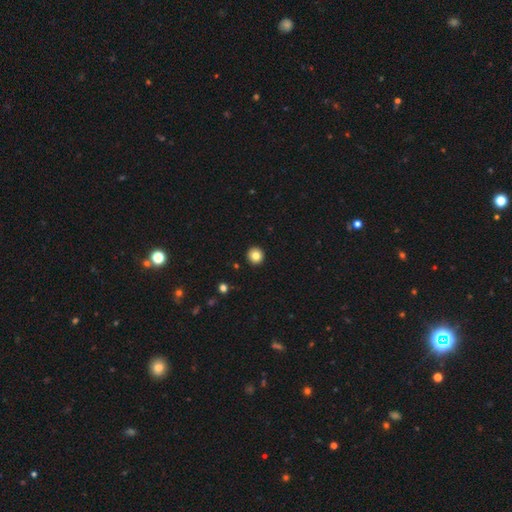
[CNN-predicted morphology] The model was most divided on "smooth or featured": smooth: 83%, star or artifact: 10%, featured or disk: 7%. More confident: how rounded — round (95%); merging — none (93%).